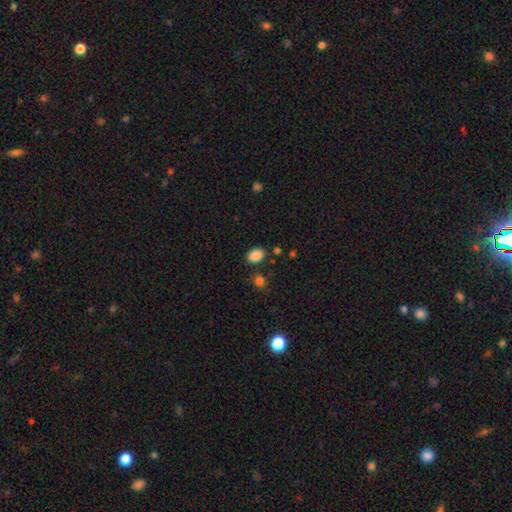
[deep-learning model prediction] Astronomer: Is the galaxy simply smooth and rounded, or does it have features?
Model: smooth — 87%.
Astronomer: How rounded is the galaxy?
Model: in between — 81%.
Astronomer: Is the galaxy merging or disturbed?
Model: none — 82%.